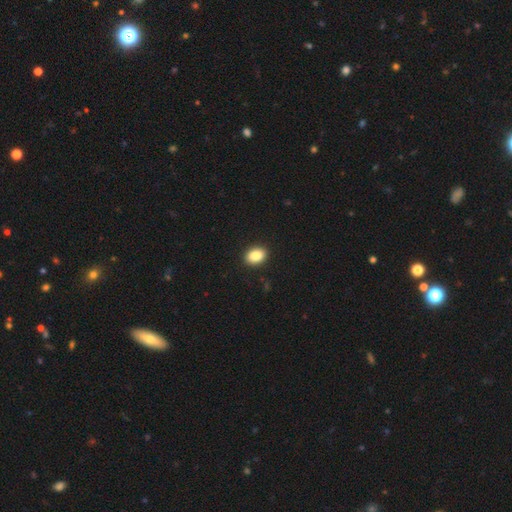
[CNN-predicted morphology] Q: Smooth or featured?
A: smooth (89%); runner-up: star or artifact (8%)
Q: How rounded?
A: in between (77%); runner-up: round (22%)
Q: Merging?
A: none (91%); runner-up: minor disturbance (7%)